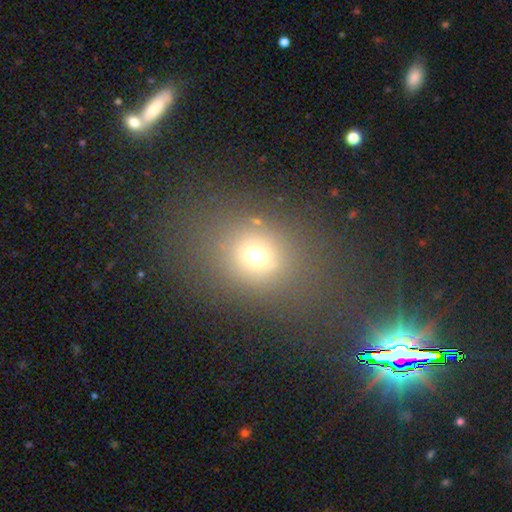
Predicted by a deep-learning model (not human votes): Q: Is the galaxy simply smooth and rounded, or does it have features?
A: smooth — 64%.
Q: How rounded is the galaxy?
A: round — 57%.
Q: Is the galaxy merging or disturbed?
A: none — 75%.